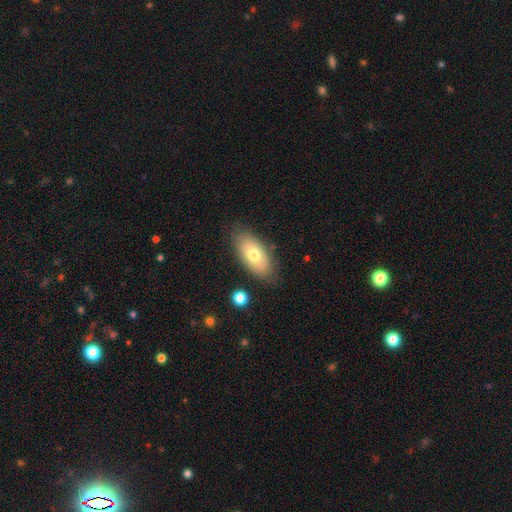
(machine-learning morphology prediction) Smooth or featured?
  - smooth: 67% *
  - featured or disk: 22%
  - star or artifact: 11%
How rounded?
  - in between: 88% *
  - cigar-shaped: 8%
  - round: 4%
Merging?
  - none: 86% *
  - minor disturbance: 9%
  - major disturbance: 3%
  - merger: 2%